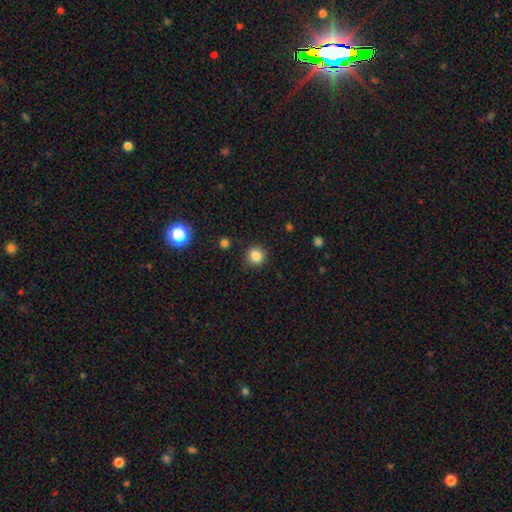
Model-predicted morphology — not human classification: smooth 84%, star or artifact 12%, featured or disk 4%. Down the decision tree: how rounded — round (93%); merging — none (90%).